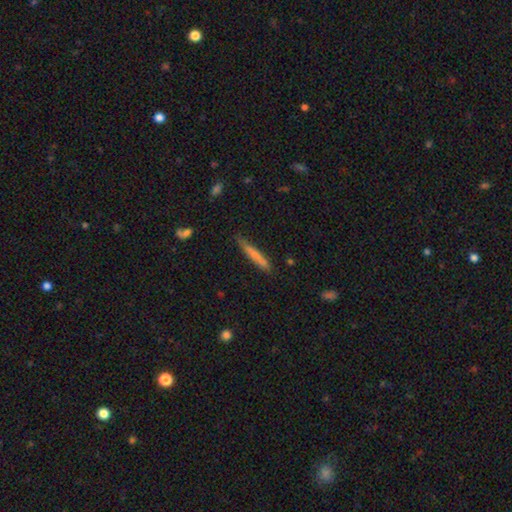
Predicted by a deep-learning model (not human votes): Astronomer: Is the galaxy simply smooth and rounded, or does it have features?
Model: smooth — 71%.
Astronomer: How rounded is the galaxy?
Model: cigar-shaped — 95%.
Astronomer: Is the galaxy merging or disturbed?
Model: none — 78%.